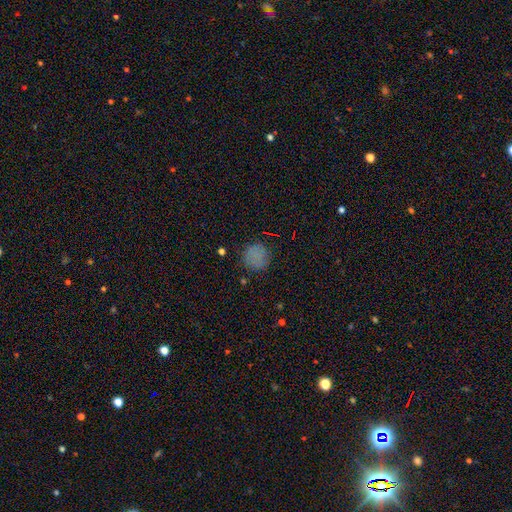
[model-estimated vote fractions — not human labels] Morphology: type=smooth (79%); roundness=round (92%); merging=none (83%).